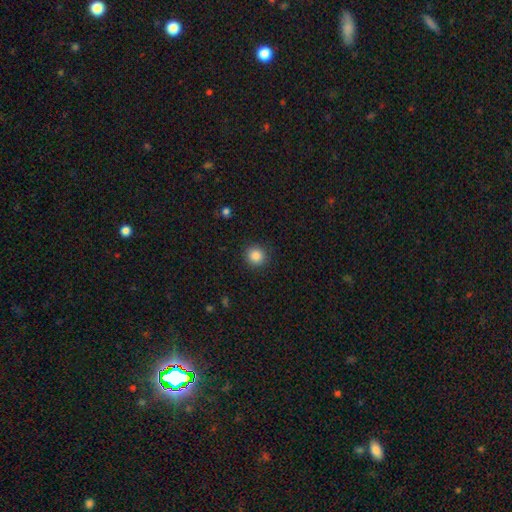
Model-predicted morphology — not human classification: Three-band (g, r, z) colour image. It shows a smooth galaxy with no disk features (86%) that is round (91%). Merging: none (90%).